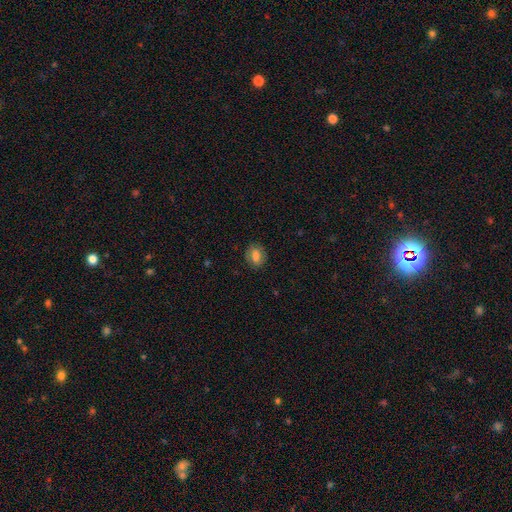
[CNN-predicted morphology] smooth 74%, featured or disk 17%, star or artifact 9%. Down the decision tree: how rounded — in between (56%); merging — none (84%).